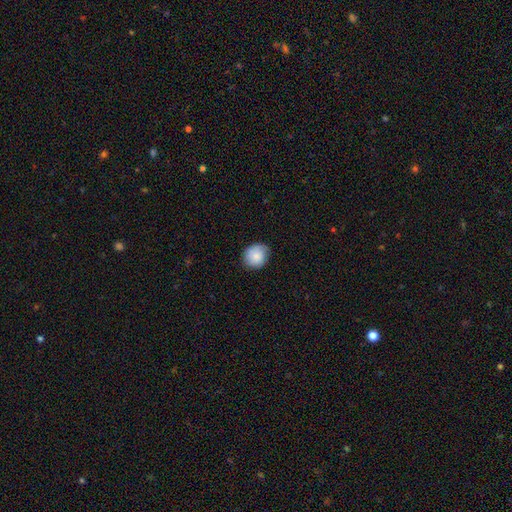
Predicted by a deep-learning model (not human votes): This appears to be a smooth galaxy with no disk features (77%) that is round (77%). Merging: none (71%).